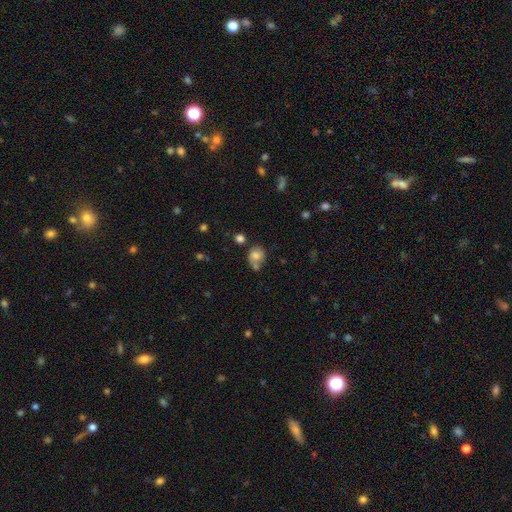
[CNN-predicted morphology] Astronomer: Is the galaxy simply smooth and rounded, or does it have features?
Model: smooth — 72%.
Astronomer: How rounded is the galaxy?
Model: round — 69%.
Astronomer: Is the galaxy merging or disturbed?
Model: none — 43% (runner-up: merger, 28%).